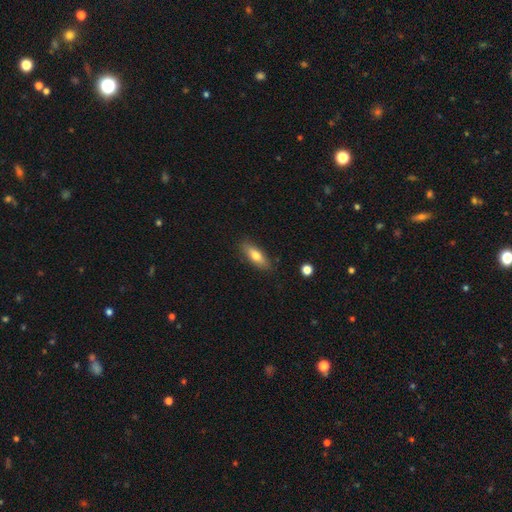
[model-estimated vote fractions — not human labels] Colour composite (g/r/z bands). It shows a smooth galaxy with no disk features (71%) that is in between round and cigar-shaped (61%). Merging: none (85%).